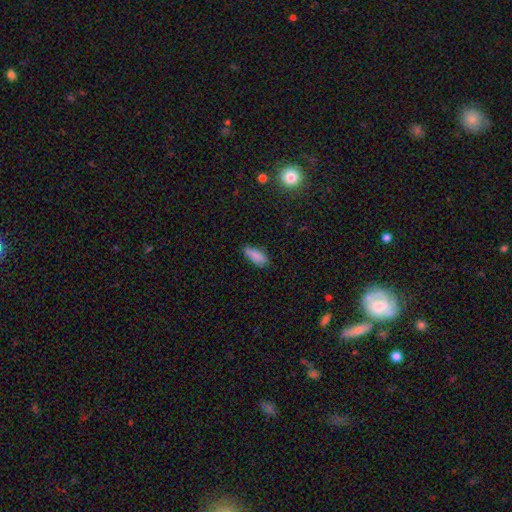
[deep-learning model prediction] smooth_or_featured: smooth (p=0.87) [alt: star or artifact p=0.07]
how_rounded: in between (p=0.77) [alt: cigar-shaped p=0.21]
merging: none (p=0.79) [alt: minor disturbance p=0.17]